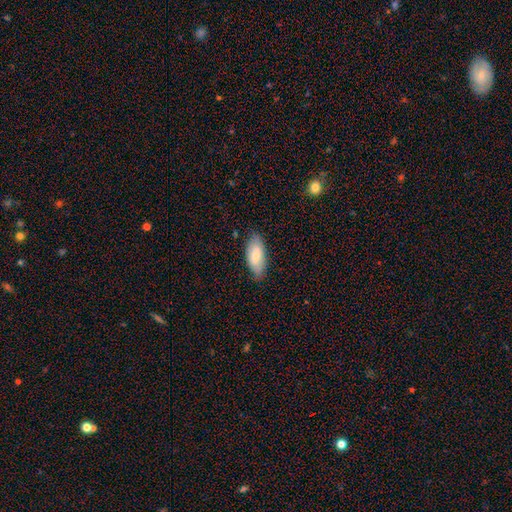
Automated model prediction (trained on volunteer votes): smooth_or_featured: smooth (p=0.76) [alt: featured or disk p=0.18]
how_rounded: in between (p=0.86) [alt: cigar-shaped p=0.12]
merging: none (p=0.80) [alt: minor disturbance p=0.16]